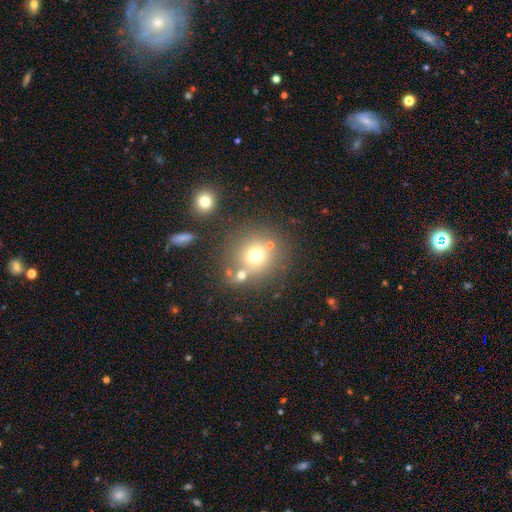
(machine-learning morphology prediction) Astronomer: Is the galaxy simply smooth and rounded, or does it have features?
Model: smooth — 68%.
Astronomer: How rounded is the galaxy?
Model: round — 89%.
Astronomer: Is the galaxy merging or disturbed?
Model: none — 68%.